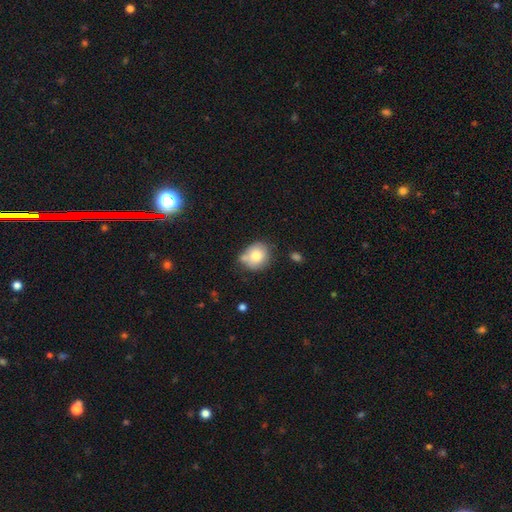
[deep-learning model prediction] Morphology: type=smooth (77%); roundness=round (76%); merging=none (56%).